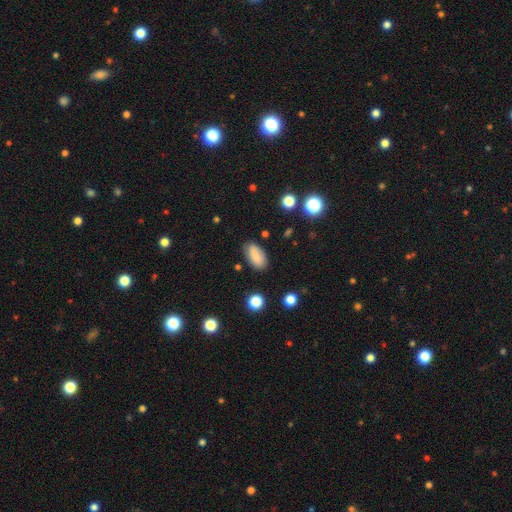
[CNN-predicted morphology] Smooth or featured? Predicted: smooth (p=0.84). How rounded? Predicted: in between (p=0.90). Merging? Predicted: none (p=0.82).